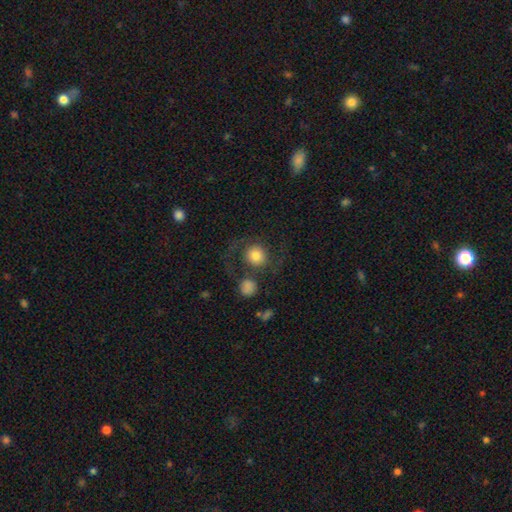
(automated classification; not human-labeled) smooth_or_featured: smooth (p=0.72) [alt: featured or disk p=0.19]
how_rounded: round (p=0.90) [alt: in between p=0.09]
merging: none (p=0.57) [alt: major disturbance p=0.19]